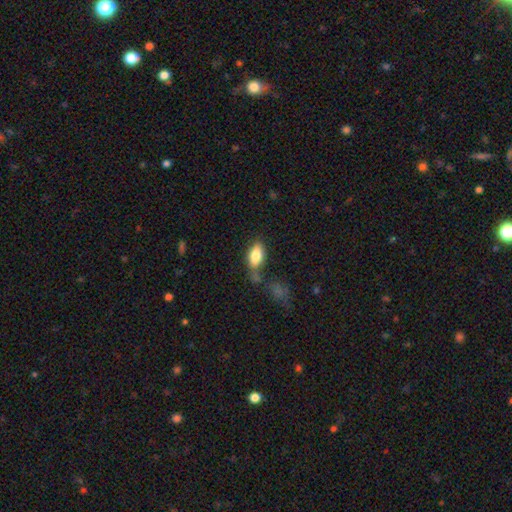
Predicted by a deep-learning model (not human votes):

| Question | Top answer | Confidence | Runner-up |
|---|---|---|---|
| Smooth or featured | smooth | 79% | featured or disk (14%) |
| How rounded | in between | 90% | cigar-shaped (6%) |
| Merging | none | 51% | minor disturbance (22%) |